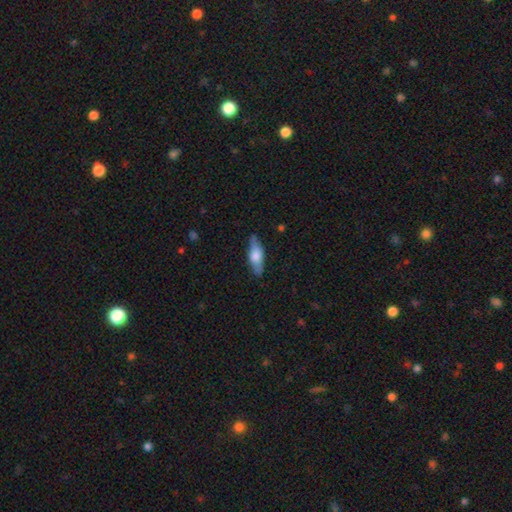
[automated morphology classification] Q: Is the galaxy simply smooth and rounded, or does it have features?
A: smooth — 59%.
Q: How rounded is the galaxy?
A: in between — 58%.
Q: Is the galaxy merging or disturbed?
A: none — 81%.